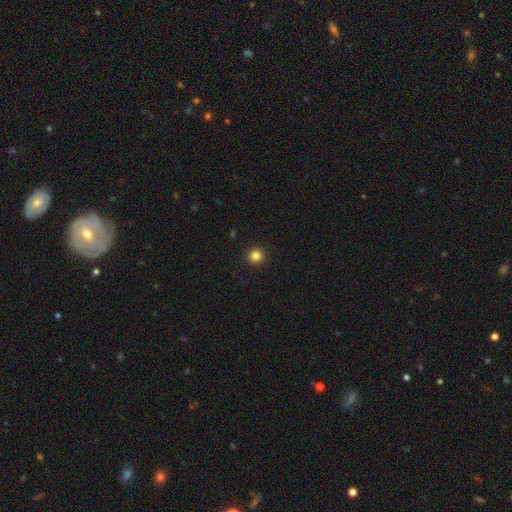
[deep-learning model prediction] smooth-or-featured: smooth: 85% | star or artifact: 11% | featured or disk: 4%
  how-rounded: round: 93% | in between: 6% | cigar-shaped: 1%
  merging: none: 93% | minor disturbance: 4% | major disturbance: 2% | merger: 1%